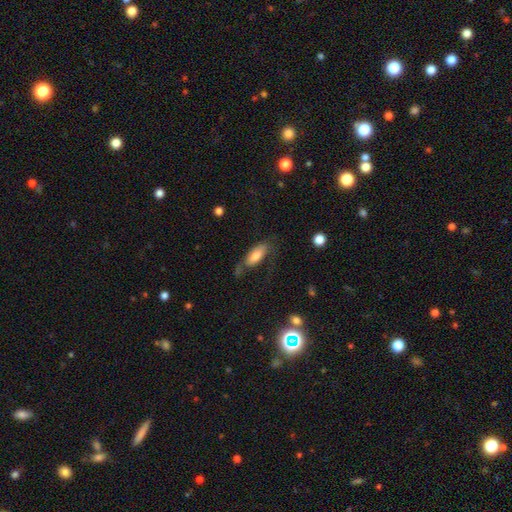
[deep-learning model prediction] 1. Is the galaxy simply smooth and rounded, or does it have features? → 67% smooth, 25% featured or disk, 7% star or artifact.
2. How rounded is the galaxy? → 80% in between, 17% cigar-shaped, 3% round.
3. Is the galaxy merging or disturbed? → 49% none, 25% minor disturbance, 22% major disturbance, 4% merger.